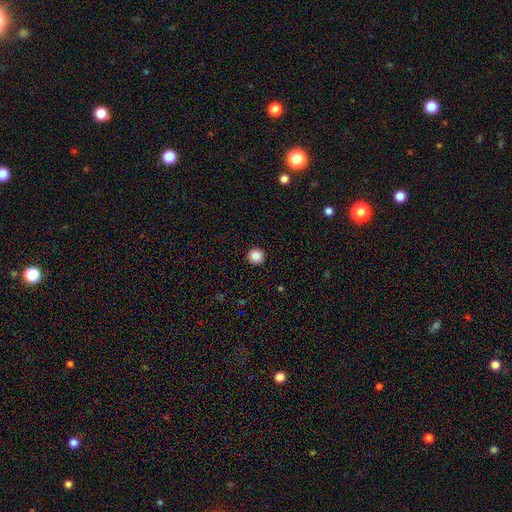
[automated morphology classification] smooth 87%, star or artifact 10%, featured or disk 3%. Down the decision tree: how rounded — round (95%); merging — none (94%).